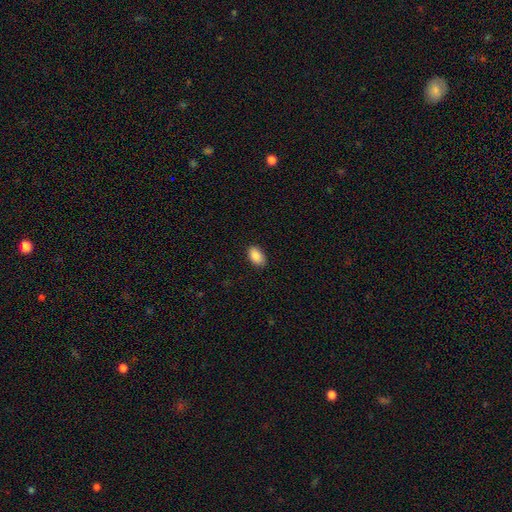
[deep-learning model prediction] Overall: smooth (89%). How rounded: in between (92%). Merging: none (86%).